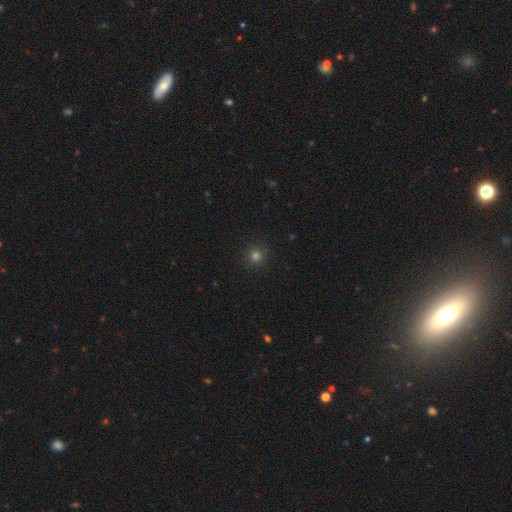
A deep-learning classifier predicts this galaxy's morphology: Smooth or featured? Predicted: smooth (p=0.76). How rounded? Predicted: round (p=0.94). Merging? Predicted: none (p=0.91).